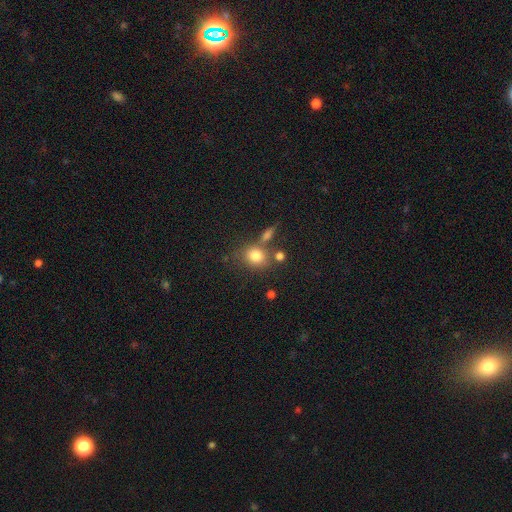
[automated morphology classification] Overall: smooth (78%). How rounded: round (67%; in between 32%). Merging: none (63%).